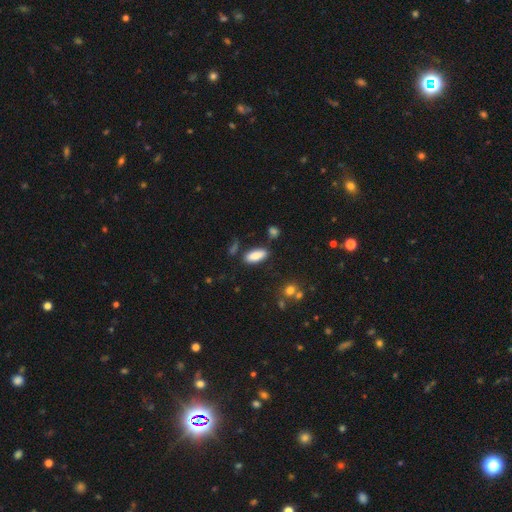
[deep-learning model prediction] This is clearly a smooth galaxy (86%). How rounded: likely in between (78%). Merging: clearly none (80%).